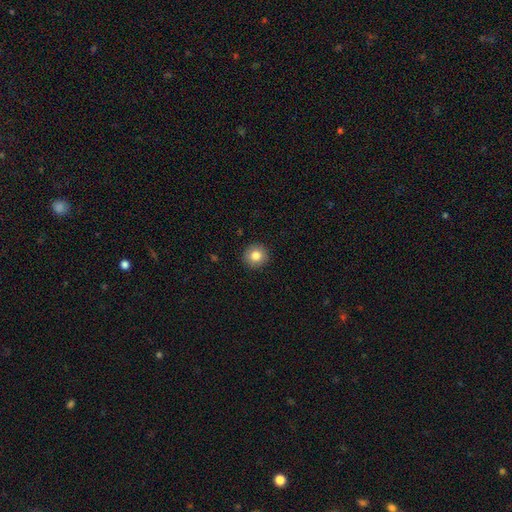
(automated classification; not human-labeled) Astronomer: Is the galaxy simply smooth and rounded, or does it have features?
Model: smooth — 83%.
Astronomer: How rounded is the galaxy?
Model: round — 94%.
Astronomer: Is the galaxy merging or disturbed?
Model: none — 92%.